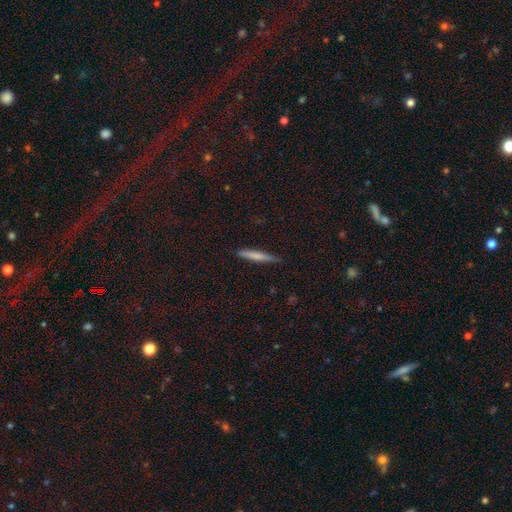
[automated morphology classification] This is likely a smooth galaxy (67%). How rounded: clearly cigar-shaped (94%). Merging: clearly none (85%).